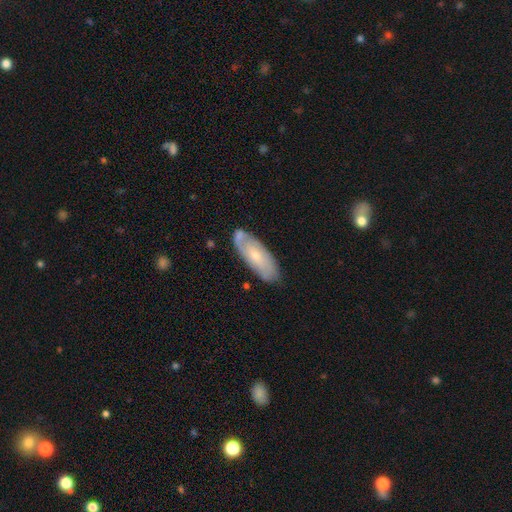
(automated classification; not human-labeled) smooth_or_featured: featured or disk (p=0.48) [alt: smooth p=0.46]
merging: none (p=0.72) [alt: minor disturbance p=0.19]